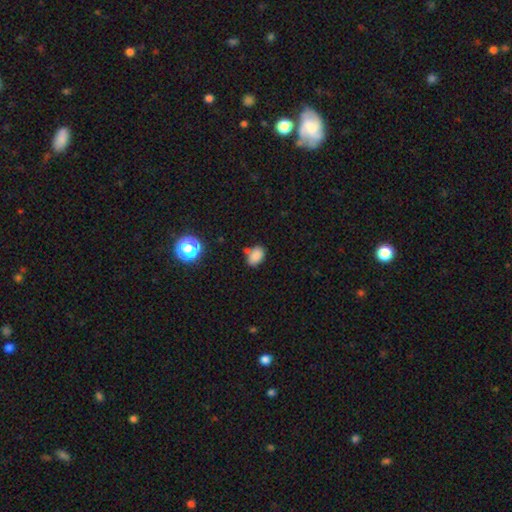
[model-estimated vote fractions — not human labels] The model was most divided on "merging": none: 68%, minor disturbance: 17%, merger: 11%, major disturbance: 4%. More confident: how rounded — in between (86%); smooth or featured — smooth (83%).